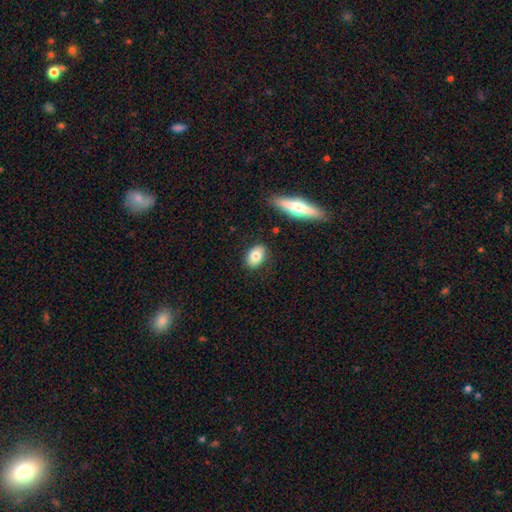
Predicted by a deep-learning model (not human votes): Q: Smooth or featured?
A: smooth (79%); runner-up: featured or disk (14%)
Q: How rounded?
A: in between (82%); runner-up: round (15%)
Q: Merging?
A: none (85%); runner-up: minor disturbance (10%)